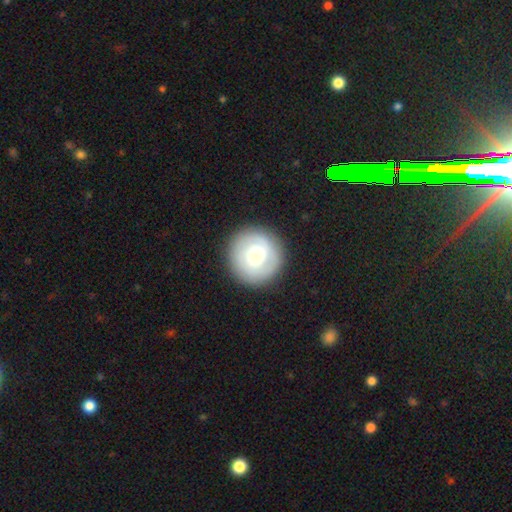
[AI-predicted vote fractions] Smooth or featured: smooth — 54% (featured or disk — 38%)
How rounded: round — 95% (in between — 4%)
Merging: none — 89% (minor disturbance — 7%)